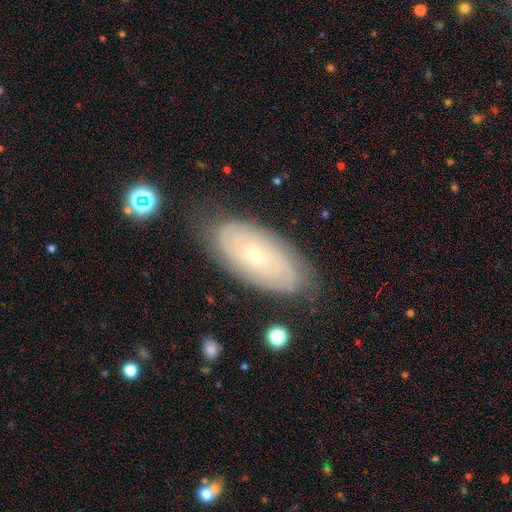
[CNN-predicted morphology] type=featured or disk (73%); edge-on=no (92%); bar=no (76%); spiral arms=yes (88%); winding=tight (79%); arm count=can't tell (51%); bulge=small (73%); merging=none (79%).